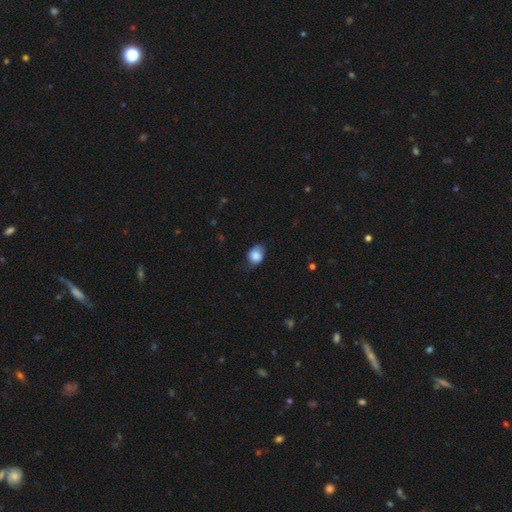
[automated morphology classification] Smooth or featured? Predicted: smooth (p=0.81). How rounded? Predicted: in between (p=0.55). Merging? Predicted: none (p=0.59).